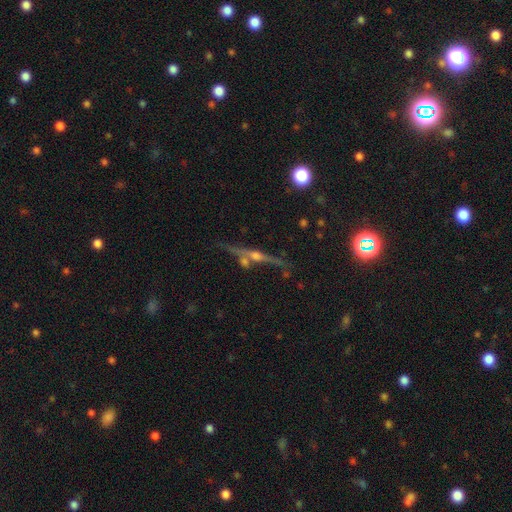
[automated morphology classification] smooth_or_featured: featured or disk (p=0.80) [alt: smooth p=0.11]
disk_edge_on: yes (p=0.96) [alt: no p=0.04]
edge_on_bulge: rounded (p=0.91) [alt: boxy p=0.05]
merging: none (p=0.69) [alt: merger p=0.14]